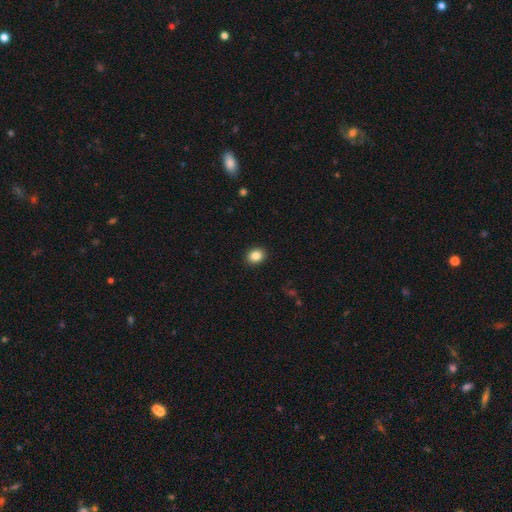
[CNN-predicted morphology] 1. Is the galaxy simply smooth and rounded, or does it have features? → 86% smooth, 9% star or artifact, 5% featured or disk.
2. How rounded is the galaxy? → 55% round, 44% in between, 1% cigar-shaped.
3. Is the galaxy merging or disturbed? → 91% none, 6% minor disturbance, 2% major disturbance, 1% merger.